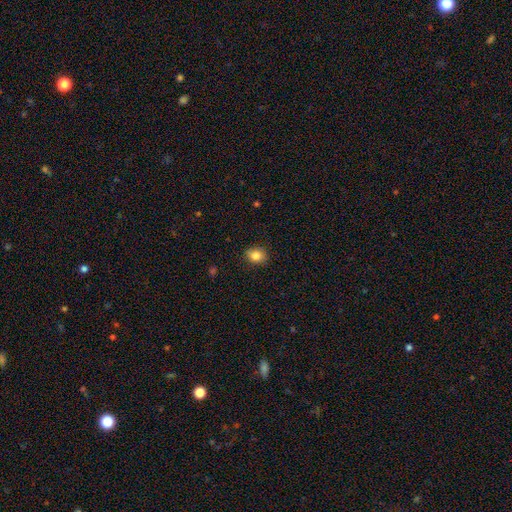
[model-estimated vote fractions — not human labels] This is clearly a smooth galaxy (84%). How rounded: possibly in between (51%). Merging: clearly none (87%).